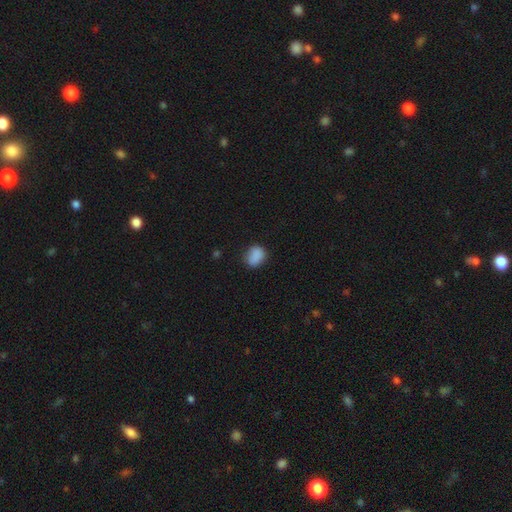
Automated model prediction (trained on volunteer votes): This appears to be a smooth galaxy with no disk features (87%) that is in between round and cigar-shaped (58%). Merging: none (75%).